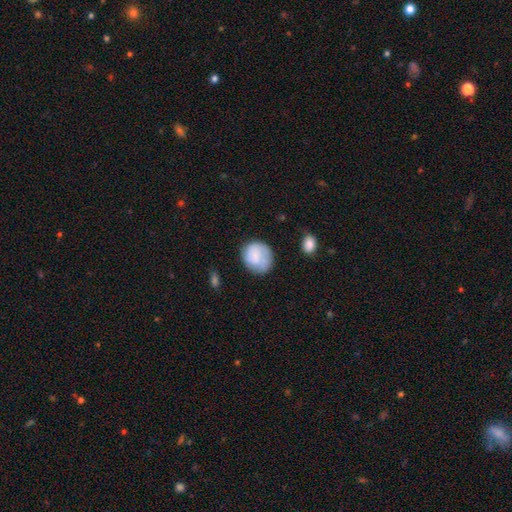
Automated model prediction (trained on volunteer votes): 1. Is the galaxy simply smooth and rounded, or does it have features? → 70% smooth, 23% featured or disk, 7% star or artifact.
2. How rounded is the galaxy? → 78% round, 21% in between, 1% cigar-shaped.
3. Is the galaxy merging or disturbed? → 65% none, 23% minor disturbance, 9% major disturbance, 3% merger.